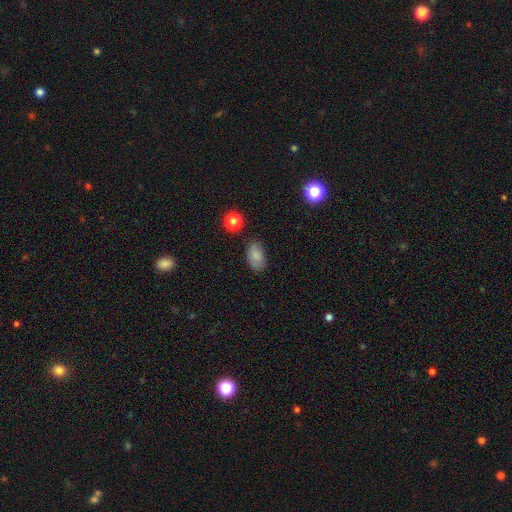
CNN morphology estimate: Q: Smooth or featured?
A: smooth (79%); runner-up: star or artifact (11%)
Q: How rounded?
A: in between (90%); runner-up: round (9%)
Q: Merging?
A: none (76%); runner-up: minor disturbance (18%)